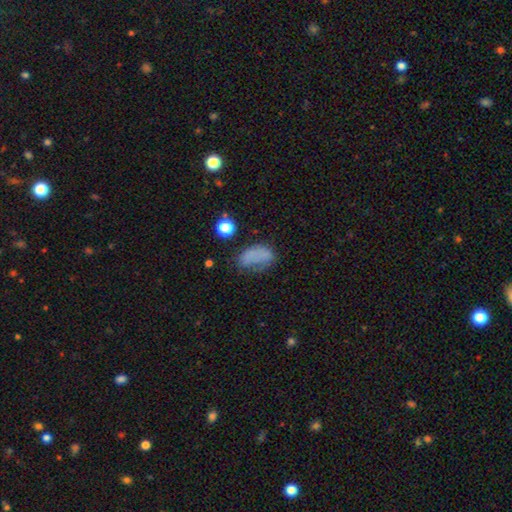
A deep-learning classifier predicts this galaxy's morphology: smooth 69%, featured or disk 16%, star or artifact 15%. Down the decision tree: how rounded — in between (86%); merging — none (46%).